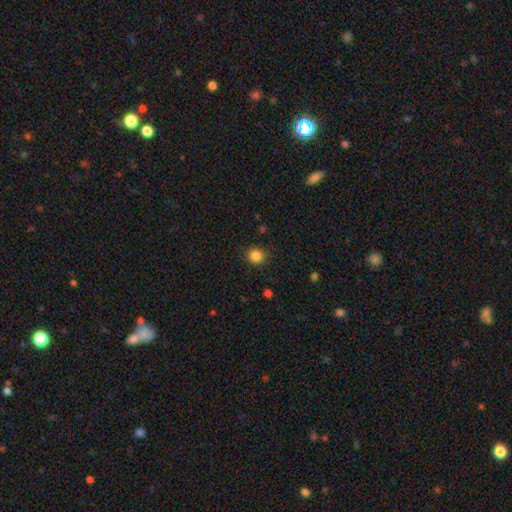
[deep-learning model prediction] Smooth or featured? smooth (85%)
How rounded? round (91%)
Merging? none (90%)